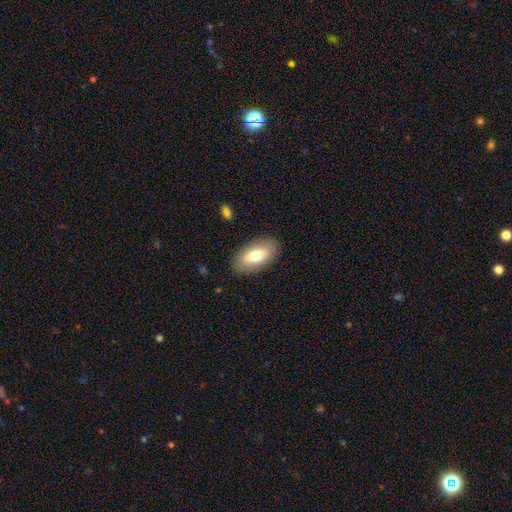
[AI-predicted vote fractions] This appears to be a smooth galaxy with no disk features (73%) that is in between round and cigar-shaped (92%). Merging: none (87%).